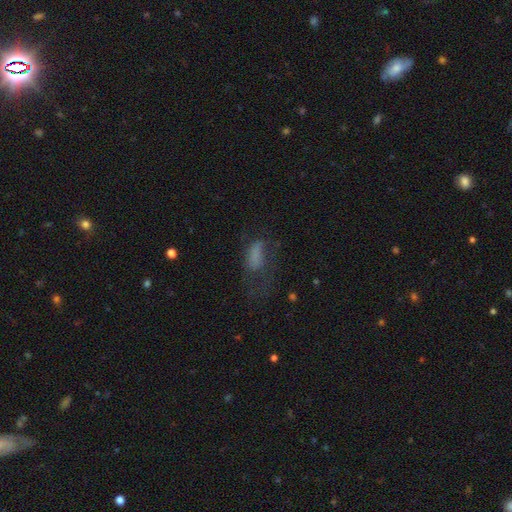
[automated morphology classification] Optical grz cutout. It shows a smooth galaxy with no disk features (60%) that is in between round and cigar-shaped (77%). Merging: major disturbance (45%).